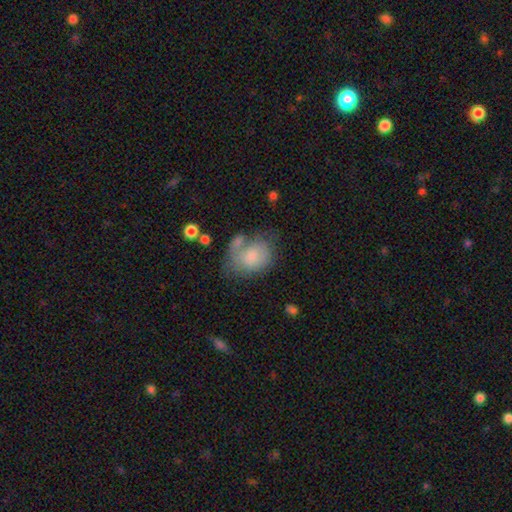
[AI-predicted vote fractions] smooth-or-featured: smooth: 58% | featured or disk: 23% | star or artifact: 18%
  how-rounded: in between: 54% | round: 44% | cigar-shaped: 1%
  merging: none: 59% | minor disturbance: 22% | major disturbance: 10% | merger: 9%